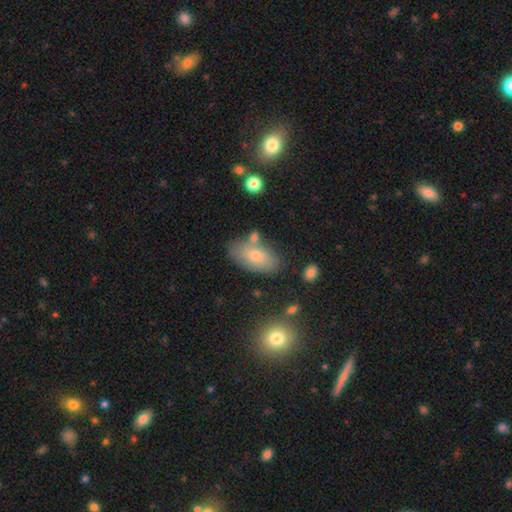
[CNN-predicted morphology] A smooth galaxy with no disk features (72%) that is in between round and cigar-shaped (92%). Merging: none (72%).